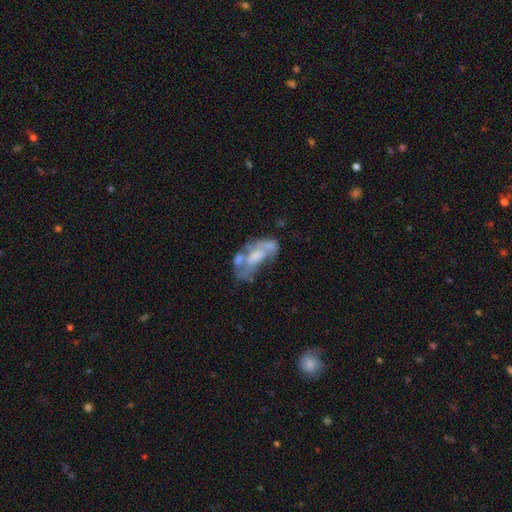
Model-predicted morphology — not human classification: smooth_or_featured: featured or disk (p=0.65) [alt: smooth p=0.24]
disk_edge_on: no (p=0.94) [alt: yes p=0.06]
bar: no (p=0.79) [alt: weak p=0.16]
has_spiral_arms: no (p=0.73) [alt: yes p=0.27]
bulge_size: moderate (p=0.34) [alt: none p=0.33]
merging: merger (p=0.29) [alt: none p=0.28]